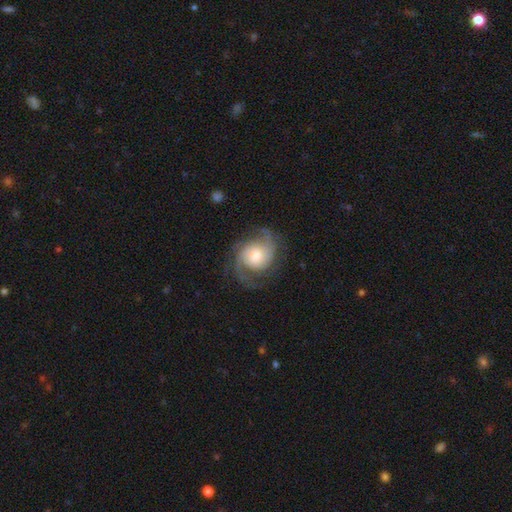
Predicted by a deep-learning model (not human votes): Smooth or featured: featured or disk — 86% (smooth — 9%)
Edge-on disk: no — 98% (yes — 2%)
Bar: no — 66% (weak — 29%)
Spiral arms: yes — 97% (no — 3%)
Spiral winding: medium — 51% (tight — 30%)
Spiral arm count: 2 — 65% (3 — 15%)
Bulge size: moderate — 52% (small — 22%)
Merging: none — 72% (minor disturbance — 16%)